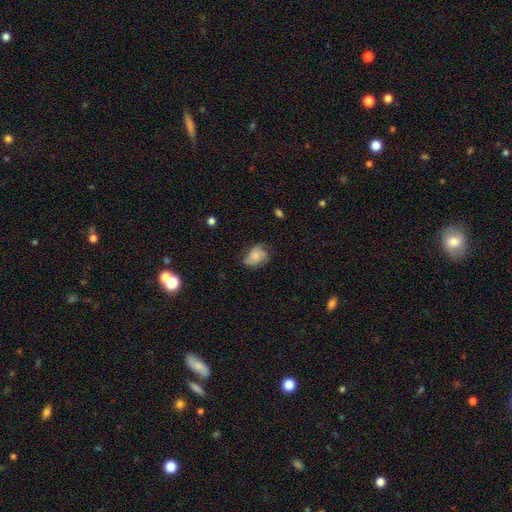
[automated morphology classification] The model was most divided on "smooth or featured": smooth: 55%, featured or disk: 36%, star or artifact: 9%. More confident: how rounded — in between (67%); merging — none (57%).